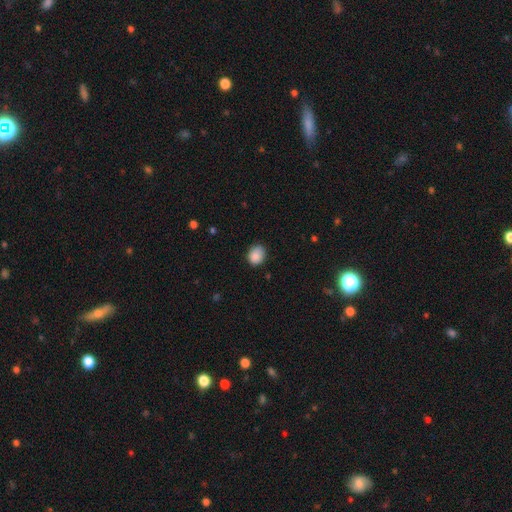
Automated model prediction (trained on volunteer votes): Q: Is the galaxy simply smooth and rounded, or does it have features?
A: smooth — 87%.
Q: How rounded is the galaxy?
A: round — 55%.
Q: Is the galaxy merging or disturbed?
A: none — 77%.